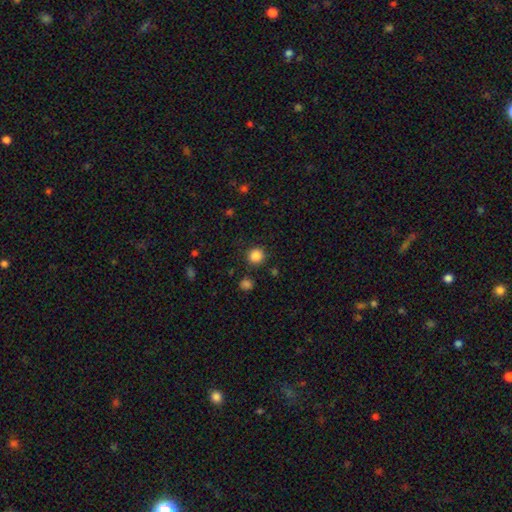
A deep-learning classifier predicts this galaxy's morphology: Q: Smooth or featured?
A: smooth (86%); runner-up: star or artifact (11%)
Q: How rounded?
A: round (93%); runner-up: in between (6%)
Q: Merging?
A: none (88%); runner-up: minor disturbance (7%)